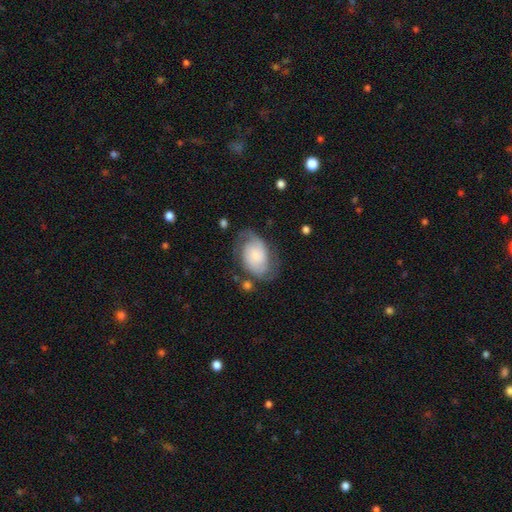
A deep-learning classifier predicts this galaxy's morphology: The model was most divided on "spiral winding": medium: 43%, tight: 36%, loose: 21%. Remaining: edge-on disk — no (97%); spiral arms — yes (90%); spiral arm count — 2 (82%); bar — no (70%); smooth or featured — featured or disk (63%); merging — none (62%); bulge size — small (32%).